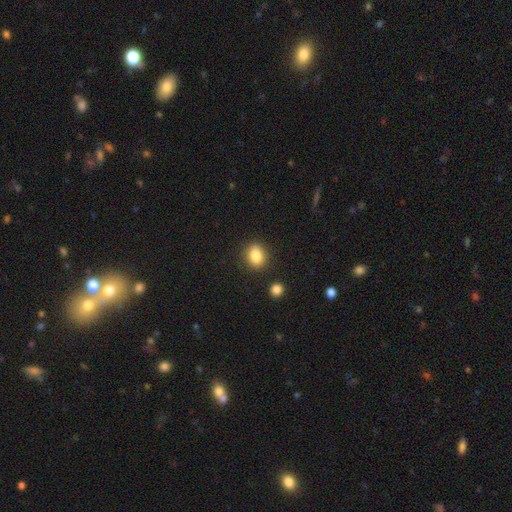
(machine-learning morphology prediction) smooth-or-featured: smooth: 84% | star or artifact: 9% | featured or disk: 7%
  how-rounded: in between: 57% | round: 41% | cigar-shaped: 2%
  merging: none: 84% | minor disturbance: 10% | merger: 3% | major disturbance: 3%